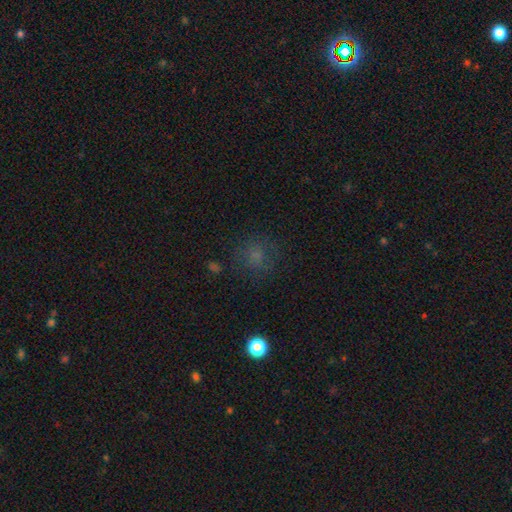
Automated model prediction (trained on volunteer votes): Smooth or featured?
  - smooth: 64% *
  - star or artifact: 23%
  - featured or disk: 12%
How rounded?
  - round: 86% *
  - in between: 13%
  - cigar-shaped: 1%
Merging?
  - none: 75% *
  - minor disturbance: 14%
  - major disturbance: 9%
  - merger: 2%